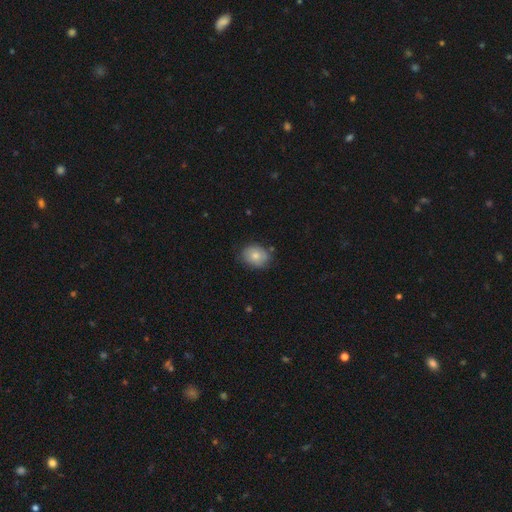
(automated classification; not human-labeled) The model was most divided on "how rounded": in between: 51%, round: 48%, cigar-shaped: 1%. More confident: smooth or featured — smooth (77%); merging — none (75%).